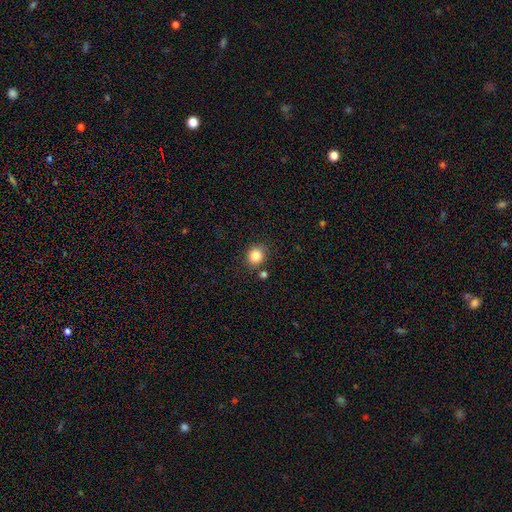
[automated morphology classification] smooth_or_featured: smooth (p=0.84) [alt: star or artifact p=0.11]
how_rounded: round (p=0.81) [alt: in between p=0.18]
merging: none (p=0.81) [alt: minor disturbance p=0.10]